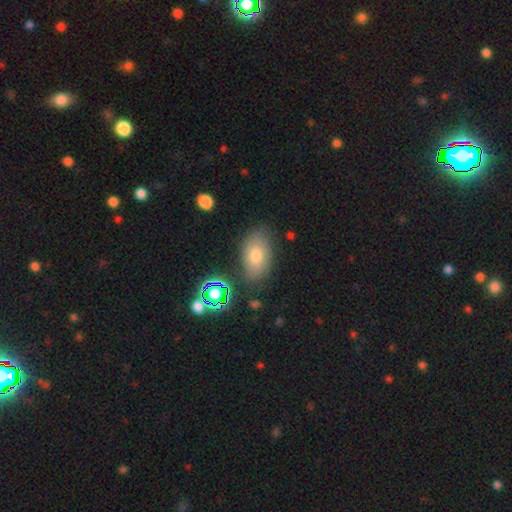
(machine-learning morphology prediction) A smooth galaxy with no disk features (68%) that is in between round and cigar-shaped (89%). Merging: none (77%).